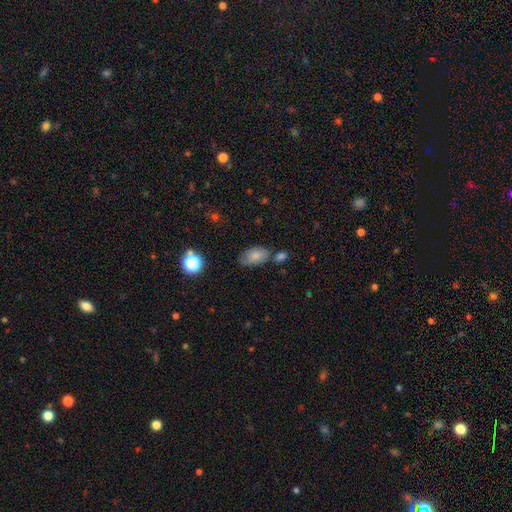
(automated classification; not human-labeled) Morphology: type=smooth (79%); roundness=in between (92%); merging=none (61%).